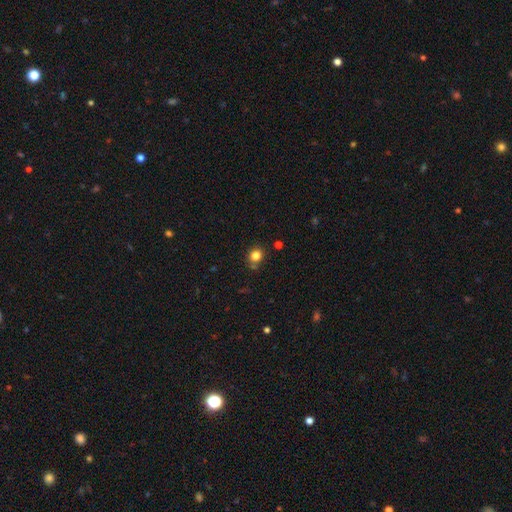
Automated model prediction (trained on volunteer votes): Smooth or featured? Predicted: smooth (p=0.82). How rounded? Predicted: round (p=0.81). Merging? Predicted: none (p=0.79).